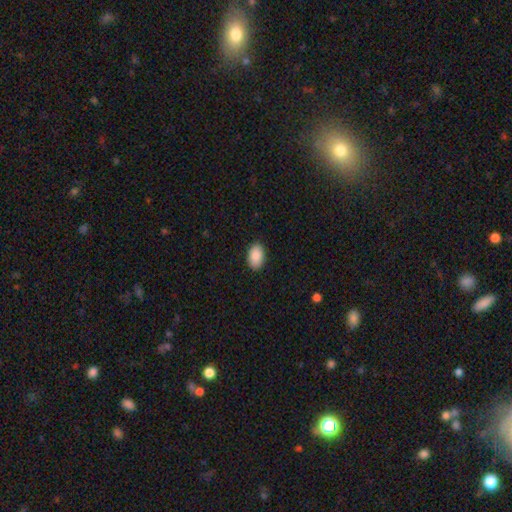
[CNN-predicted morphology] This is clearly a smooth galaxy (90%). How rounded: clearly in between (92%). Merging: clearly none (90%).